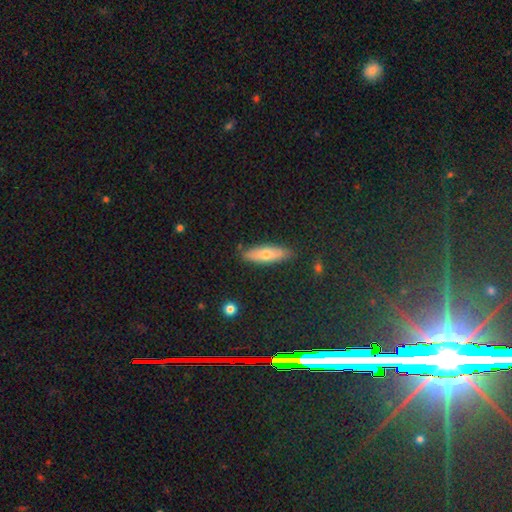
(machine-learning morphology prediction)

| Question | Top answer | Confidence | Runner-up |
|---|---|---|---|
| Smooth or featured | smooth | 62% | featured or disk (30%) |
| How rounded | in between | 49% | cigar-shaped (48%) |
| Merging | none | 85% | minor disturbance (11%) |